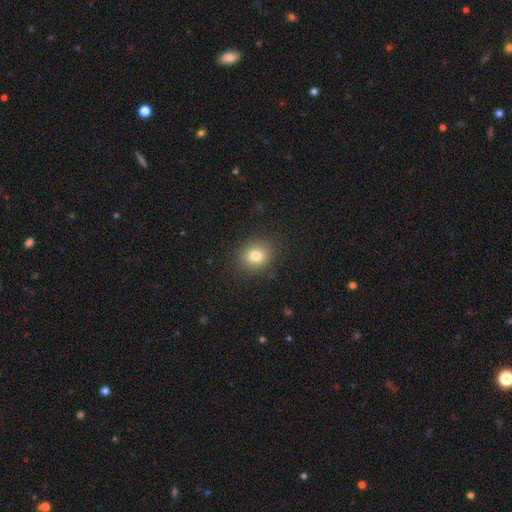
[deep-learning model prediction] smooth-or-featured: smooth: 79% | star or artifact: 12% | featured or disk: 8%
  how-rounded: round: 73% | in between: 26% | cigar-shaped: 1%
  merging: none: 89% | minor disturbance: 8% | major disturbance: 3% | merger: 1%